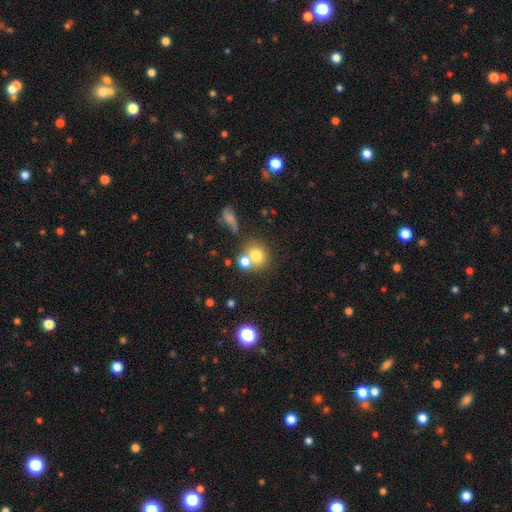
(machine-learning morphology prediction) Smooth or featured?
  - smooth: 74% *
  - featured or disk: 14%
  - star or artifact: 12%
How rounded?
  - round: 75% *
  - in between: 23%
  - cigar-shaped: 1%
Merging?
  - none: 43% * (tied)
  - merger: 43% * (tied)
  - minor disturbance: 9%
  - major disturbance: 5%